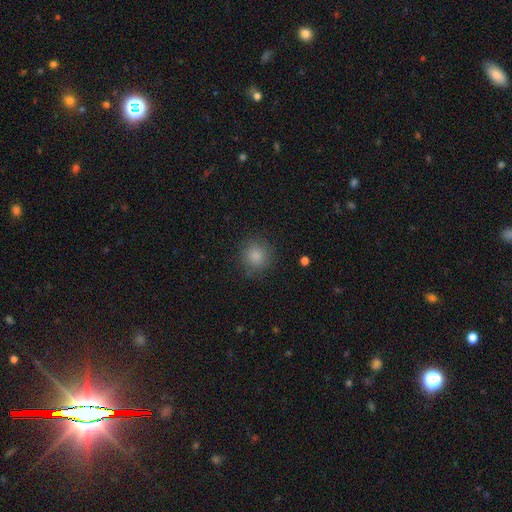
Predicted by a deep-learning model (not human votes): Smooth or featured? Predicted: smooth (p=0.85). How rounded? Predicted: round (p=0.92). Merging? Predicted: none (p=0.86).